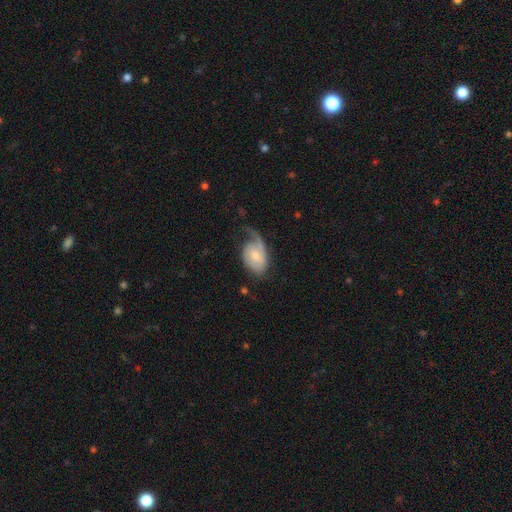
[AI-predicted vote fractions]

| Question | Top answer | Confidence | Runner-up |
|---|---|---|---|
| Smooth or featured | featured or disk | 57% | smooth (37%) |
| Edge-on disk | no | 96% | yes (4%) |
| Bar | no | 61% | weak (33%) |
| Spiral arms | yes | 85% | no (15%) |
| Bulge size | moderate | 47% | small (41%) |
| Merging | major disturbance | 36% | none (34%) |